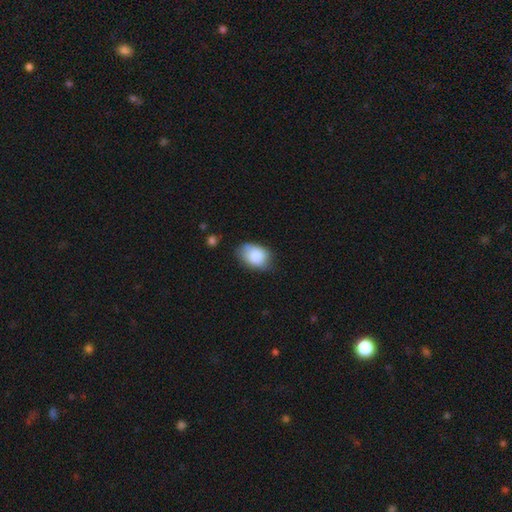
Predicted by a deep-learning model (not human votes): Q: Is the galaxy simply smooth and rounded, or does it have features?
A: smooth — 84%.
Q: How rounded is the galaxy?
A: in between — 79%.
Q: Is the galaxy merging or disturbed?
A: none — 64%.